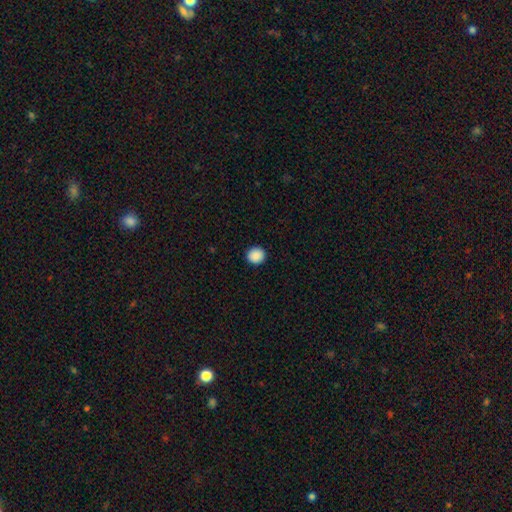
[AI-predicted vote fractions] This is clearly a smooth galaxy (89%). How rounded: clearly round (90%). Merging: clearly none (92%).